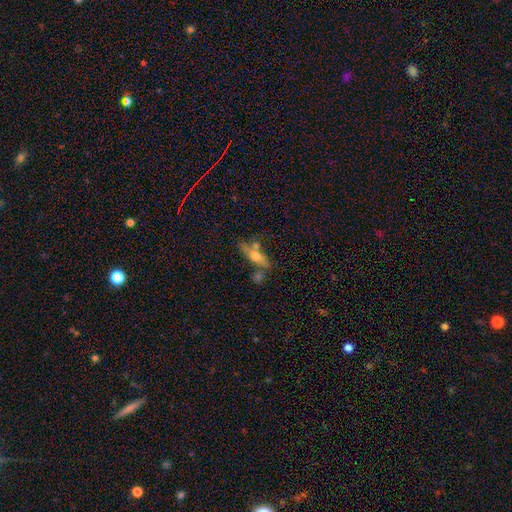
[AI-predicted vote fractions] smooth_or_featured: smooth (p=0.46) [alt: featured or disk p=0.43]
merging: none (p=0.49) [alt: merger p=0.24]